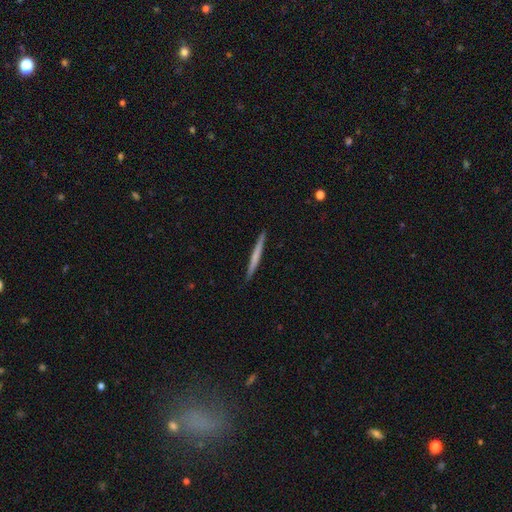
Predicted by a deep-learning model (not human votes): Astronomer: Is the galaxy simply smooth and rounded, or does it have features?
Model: smooth — 53% (runner-up: featured or disk, 42%).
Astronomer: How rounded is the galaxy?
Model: cigar-shaped — 97%.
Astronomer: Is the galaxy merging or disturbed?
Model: none — 92%.